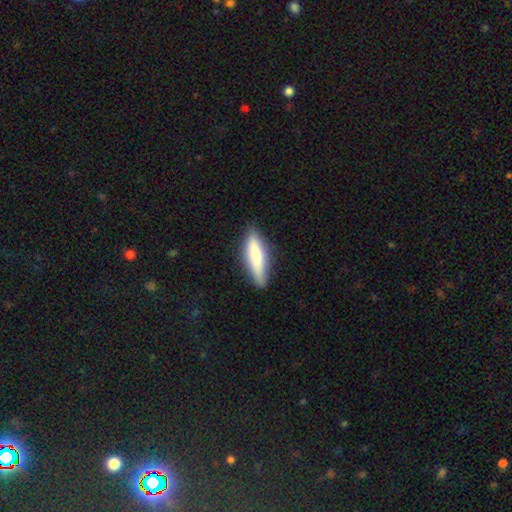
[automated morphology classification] Smooth or featured?
  - smooth: 66% *
  - featured or disk: 29%
  - star or artifact: 6%
How rounded?
  - cigar-shaped: 73% *
  - in between: 25%
  - round: 2%
Merging?
  - none: 83% *
  - minor disturbance: 13%
  - major disturbance: 3%
  - merger: 1%